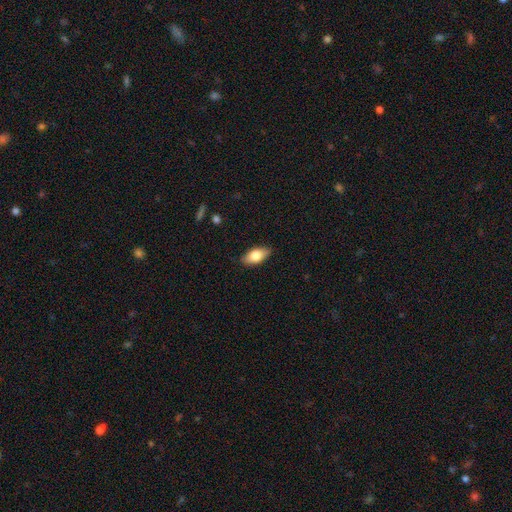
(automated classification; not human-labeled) Smooth or featured?
  - smooth: 77% *
  - featured or disk: 16%
  - star or artifact: 7%
How rounded?
  - in between: 90% *
  - cigar-shaped: 7%
  - round: 4%
Merging?
  - none: 86% *
  - minor disturbance: 11%
  - major disturbance: 2%
  - merger: 1%